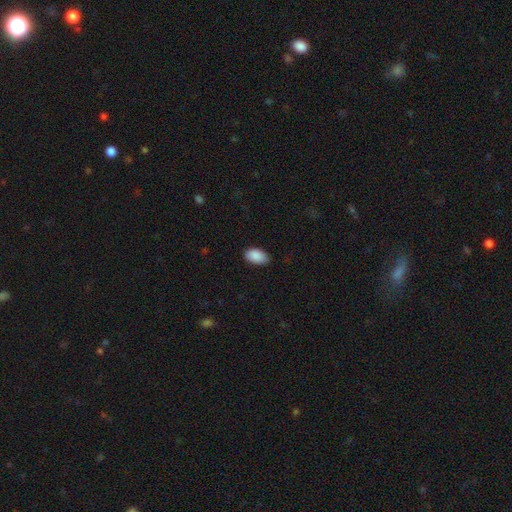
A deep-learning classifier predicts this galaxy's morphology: The model was most divided on "merging": none: 82%, minor disturbance: 15%, major disturbance: 2%, merger: 1%. More confident: how rounded — in between (94%); smooth or featured — smooth (90%).